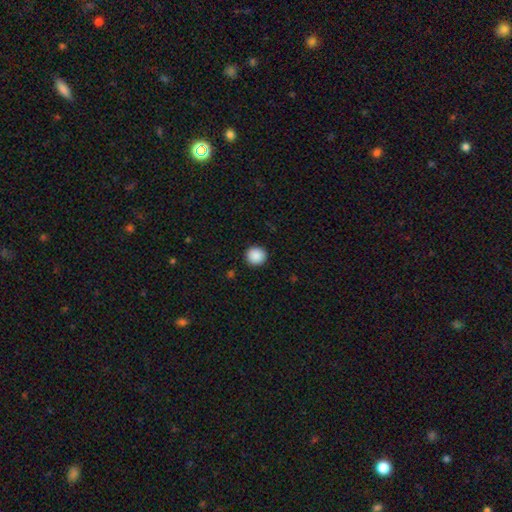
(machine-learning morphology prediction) smooth_or_featured: smooth (p=0.89) [alt: star or artifact p=0.08]
how_rounded: round (p=0.94) [alt: in between p=0.05]
merging: none (p=0.92) [alt: minor disturbance p=0.05]